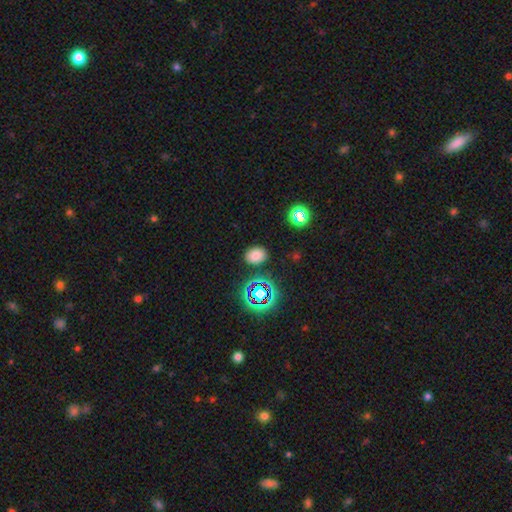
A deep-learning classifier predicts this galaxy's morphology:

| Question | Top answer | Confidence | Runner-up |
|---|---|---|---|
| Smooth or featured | smooth | 74% | star or artifact (20%) |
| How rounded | in between | 66% | round (33%) |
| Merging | none | 86% | minor disturbance (9%) |